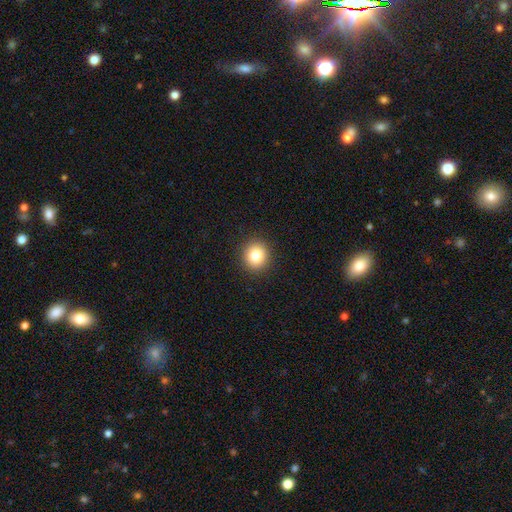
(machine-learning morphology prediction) smooth_or_featured: smooth (p=0.81) [alt: star or artifact p=0.11]
how_rounded: round (p=0.88) [alt: in between p=0.11]
merging: none (p=0.92) [alt: minor disturbance p=0.05]